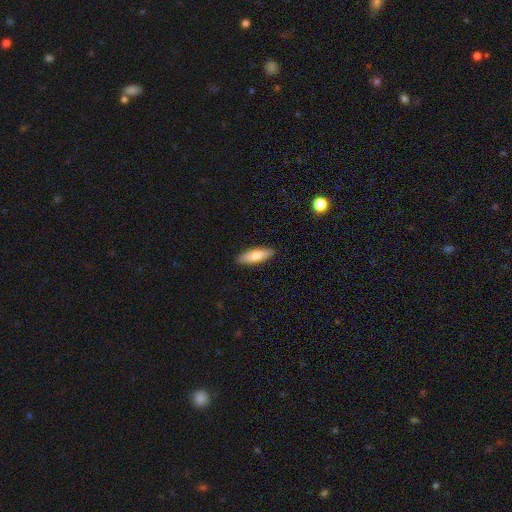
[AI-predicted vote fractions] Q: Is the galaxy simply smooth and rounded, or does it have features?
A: smooth — 79%.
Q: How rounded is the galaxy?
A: cigar-shaped — 51%.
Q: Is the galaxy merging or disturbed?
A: none — 88%.